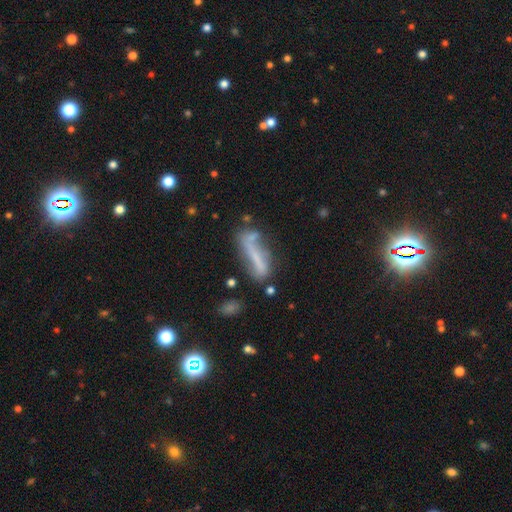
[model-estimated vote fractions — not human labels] This appears to be a featured or disk galaxy (44%). Merging: none (42%).